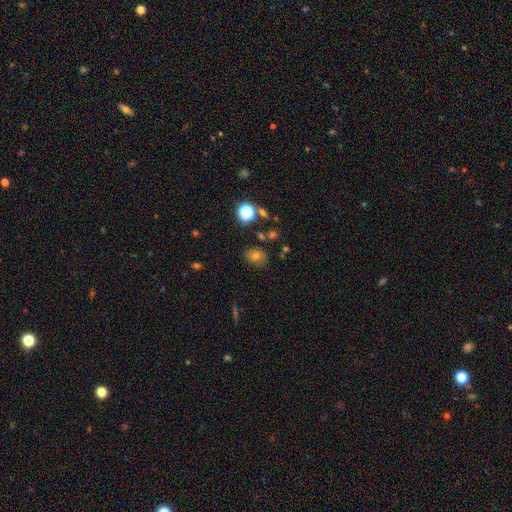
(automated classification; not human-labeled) Q: Smooth or featured?
A: smooth (68%); runner-up: star or artifact (19%)
Q: How rounded?
A: round (62%); runner-up: in between (37%)
Q: Merging?
A: none (76%); runner-up: minor disturbance (15%)